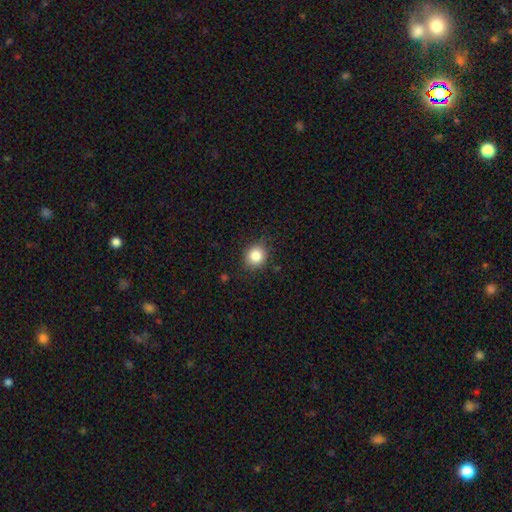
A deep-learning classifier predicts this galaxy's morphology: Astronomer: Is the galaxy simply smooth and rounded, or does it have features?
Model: smooth — 84%.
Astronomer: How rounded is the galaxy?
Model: round — 83%.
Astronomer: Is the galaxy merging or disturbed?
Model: none — 83%.